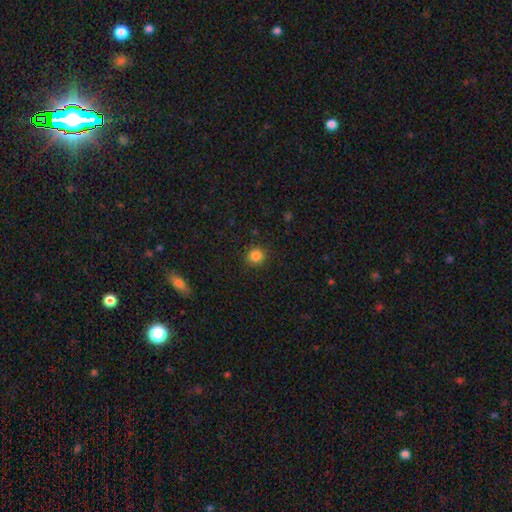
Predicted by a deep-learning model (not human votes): Smooth or featured?
  - smooth: 85% *
  - star or artifact: 11%
  - featured or disk: 4%
How rounded?
  - round: 91% *
  - in between: 8%
  - cigar-shaped: 1%
Merging?
  - none: 90% *
  - minor disturbance: 7%
  - major disturbance: 2%
  - merger: 1%